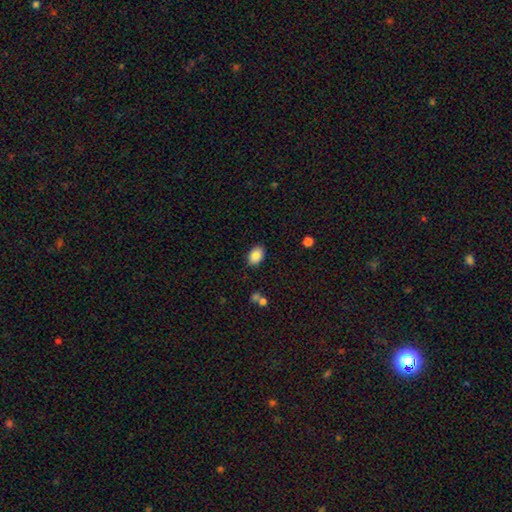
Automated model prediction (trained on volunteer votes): Smooth or featured? Predicted: smooth (p=0.87). How rounded? Predicted: in between (p=0.85). Merging? Predicted: none (p=0.84).